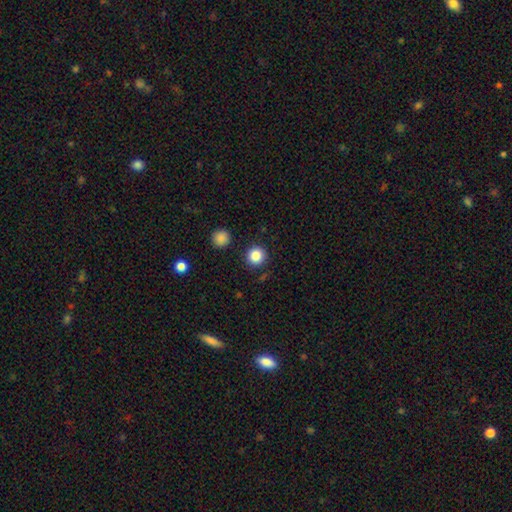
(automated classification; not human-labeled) Smooth or featured: smooth — 86% (star or artifact — 10%)
How rounded: round — 95% (in between — 4%)
Merging: none — 90% (minor disturbance — 6%)